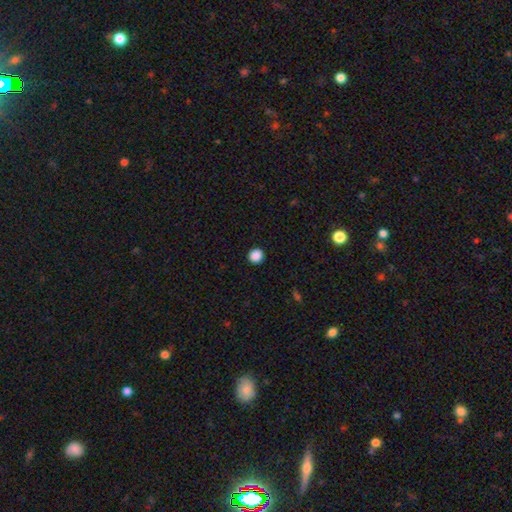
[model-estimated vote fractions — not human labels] Smooth or featured? smooth (88%)
How rounded? round (92%)
Merging? none (92%)